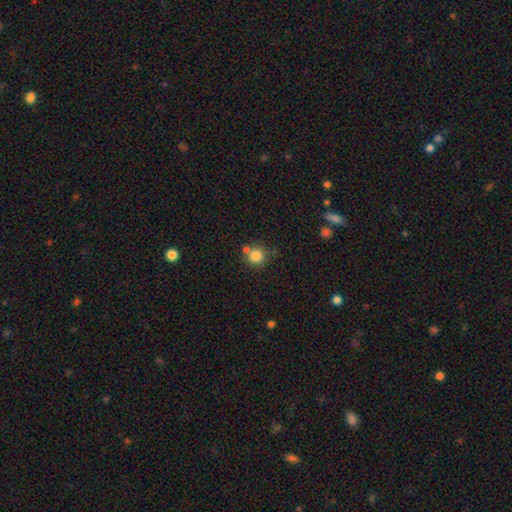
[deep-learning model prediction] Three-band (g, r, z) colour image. It shows a smooth galaxy with no disk features (82%) that is round (91%). Merging: none (66%).